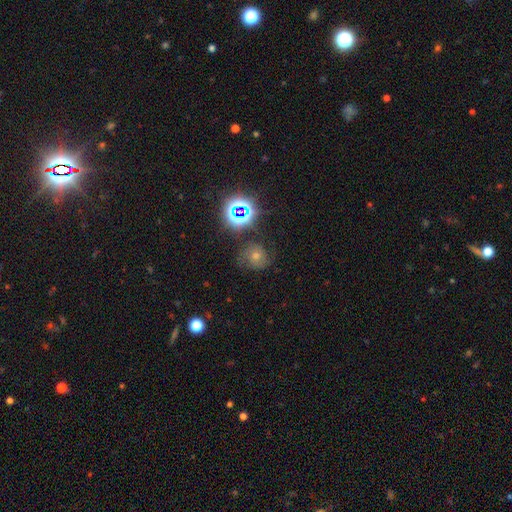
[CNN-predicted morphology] This appears to be a star or artifact, not a galaxy (39%).